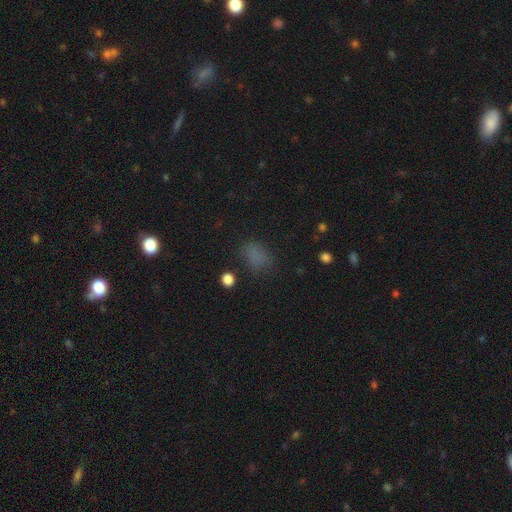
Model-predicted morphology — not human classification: Overall: smooth (74%). How rounded: in between (78%). Merging: none (74%).